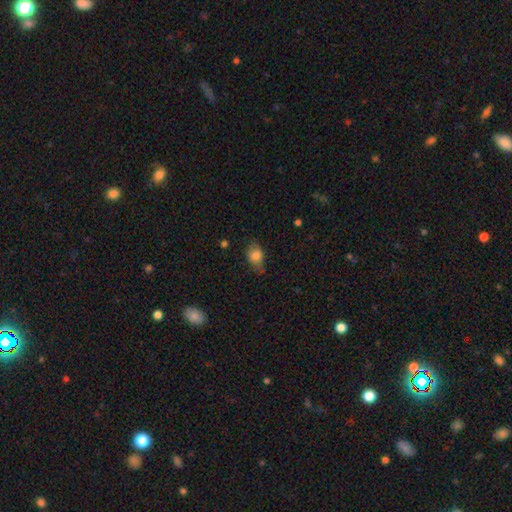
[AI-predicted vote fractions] This is likely a smooth galaxy (78%). How rounded: likely in between (72%). Merging: possibly none (53%).